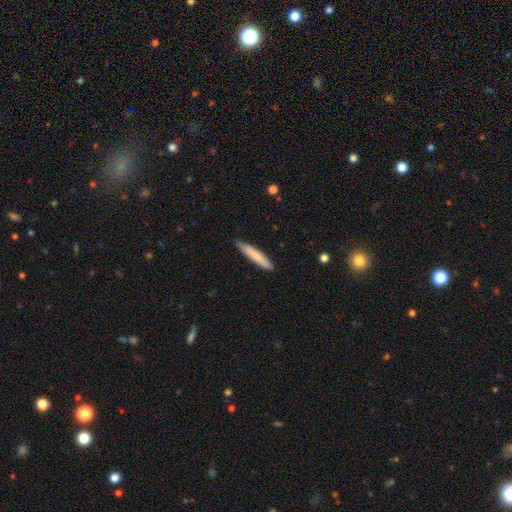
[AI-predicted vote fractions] Overall: smooth (76%). How rounded: cigar-shaped (93%). Merging: none (87%).